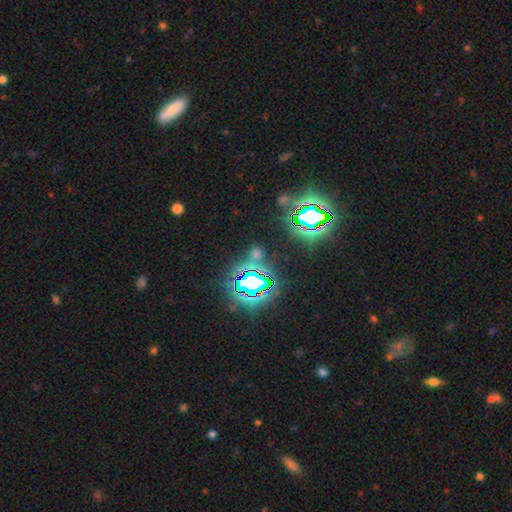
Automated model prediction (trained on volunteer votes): Morphology: type=star or artifact (76%).